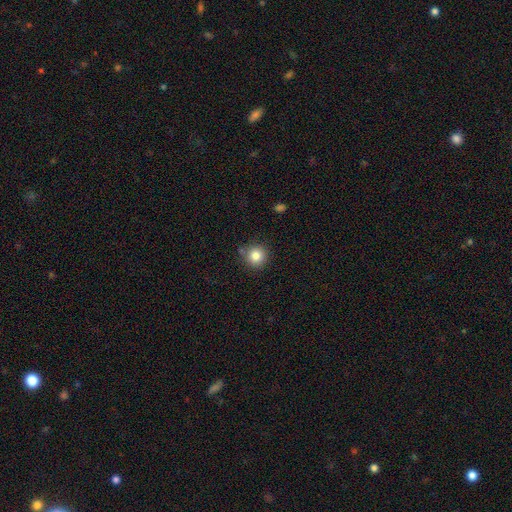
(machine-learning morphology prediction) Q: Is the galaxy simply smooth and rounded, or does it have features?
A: smooth — 84%.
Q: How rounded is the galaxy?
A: round — 93%.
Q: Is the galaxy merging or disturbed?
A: none — 81%.